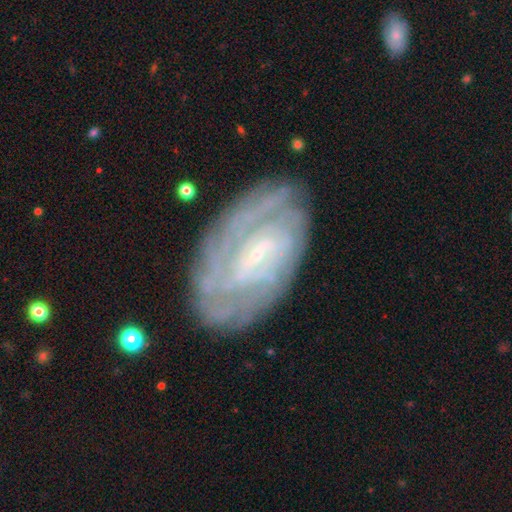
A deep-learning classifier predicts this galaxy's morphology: smooth_or_featured: featured or disk (p=0.81) [alt: smooth p=0.13]
disk_edge_on: no (p=0.95) [alt: yes p=0.05]
bar: weak (p=0.48) [alt: no p=0.32]
has_spiral_arms: yes (p=0.89) [alt: no p=0.11]
spiral_winding: tight (p=0.69) [alt: medium p=0.24]
spiral_arm_count: can't tell (p=0.50) [alt: 2 p=0.16]
bulge_size: small (p=0.81) [alt: moderate p=0.11]
merging: none (p=0.76) [alt: minor disturbance p=0.17]